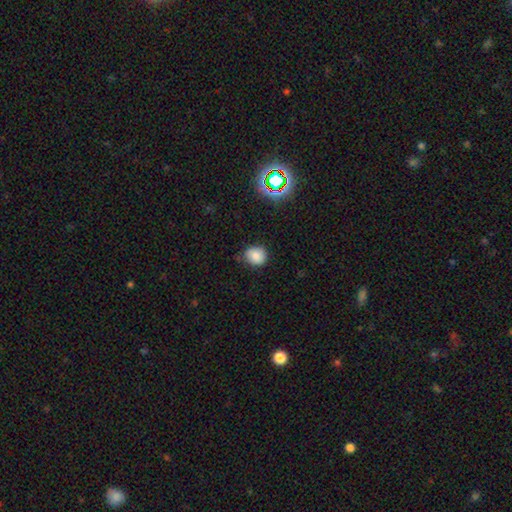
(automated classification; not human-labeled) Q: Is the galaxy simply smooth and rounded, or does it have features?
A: smooth — 79%.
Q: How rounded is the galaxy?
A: round — 80%.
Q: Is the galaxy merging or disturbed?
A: none — 73%.